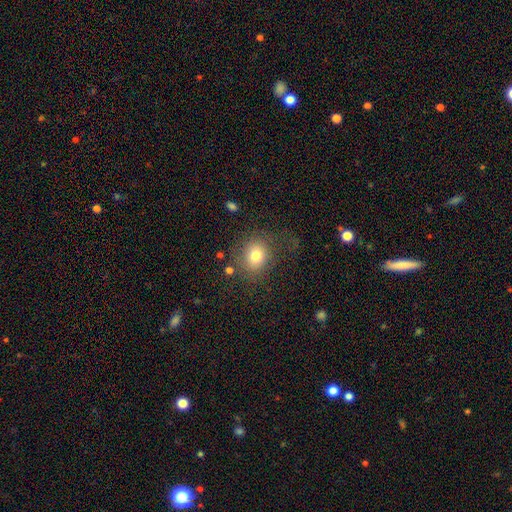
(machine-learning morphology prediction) smooth-or-featured: smooth: 77% | featured or disk: 12% | star or artifact: 12%
  how-rounded: round: 68% | in between: 31% | cigar-shaped: 1%
  merging: none: 68% | minor disturbance: 16% | major disturbance: 12% | merger: 3%